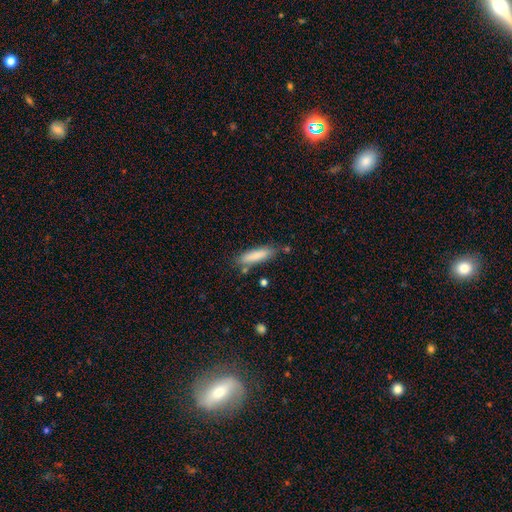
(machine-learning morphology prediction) Overall: smooth (84%). How rounded: cigar-shaped (70%). Merging: none (75%).